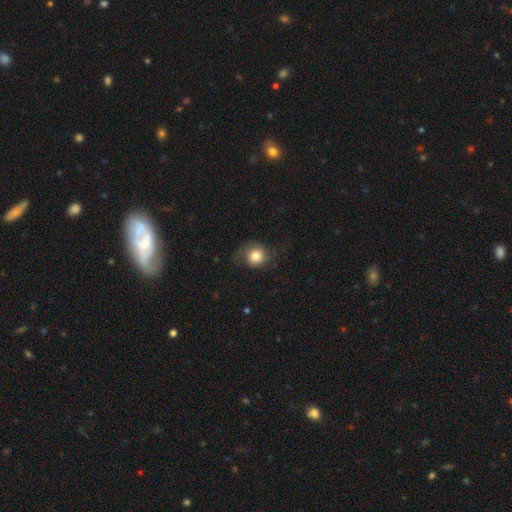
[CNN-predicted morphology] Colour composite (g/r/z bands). It shows a smooth galaxy with no disk features (69%) that is round (80%). Merging: none (60%).